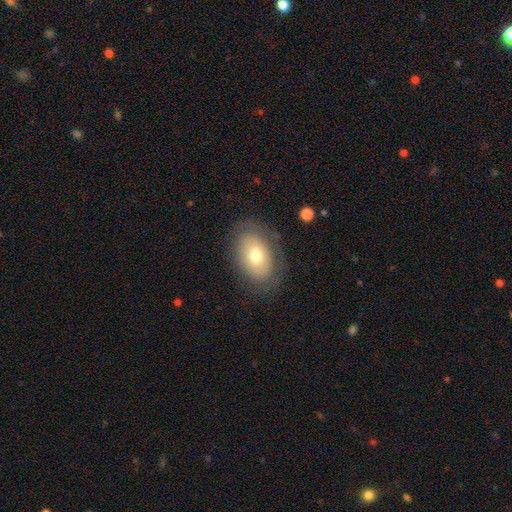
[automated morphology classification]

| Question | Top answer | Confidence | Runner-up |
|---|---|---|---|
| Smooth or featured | smooth | 65% | featured or disk (27%) |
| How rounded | in between | 82% | round (17%) |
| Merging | none | 77% | minor disturbance (15%) |